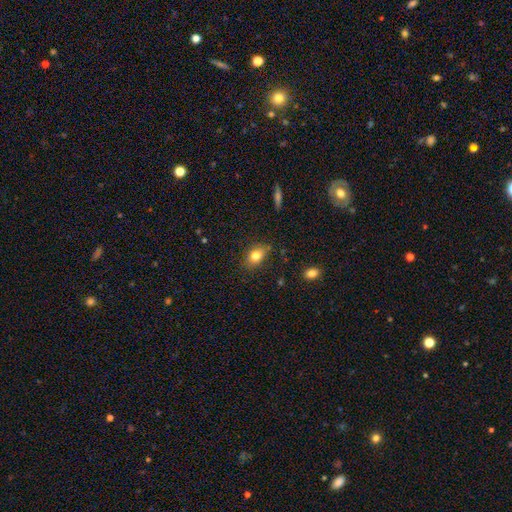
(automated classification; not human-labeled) This appears to be a smooth galaxy with no disk features (80%) that is in between round and cigar-shaped (76%). Merging: none (79%).